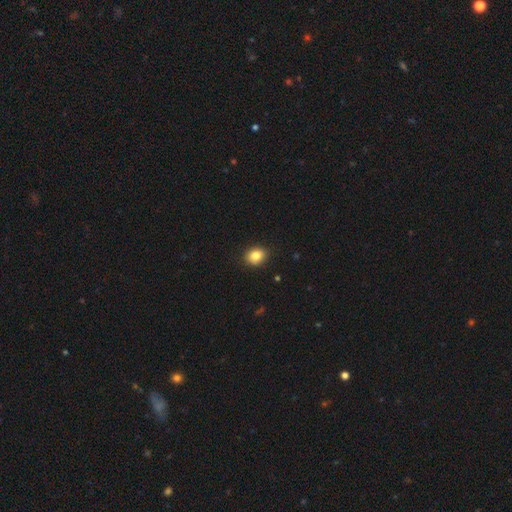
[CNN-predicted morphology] Overall: smooth (84%). How rounded: round (54%; in between 45%). Merging: none (90%).